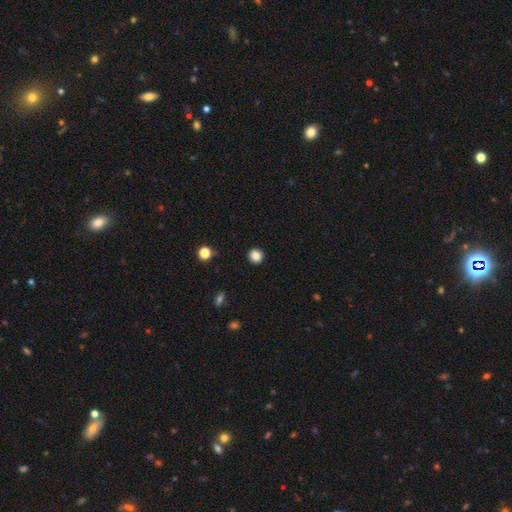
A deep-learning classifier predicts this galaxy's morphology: smooth 86%, star or artifact 11%, featured or disk 4%. Down the decision tree: how rounded — round (94%); merging — none (93%).